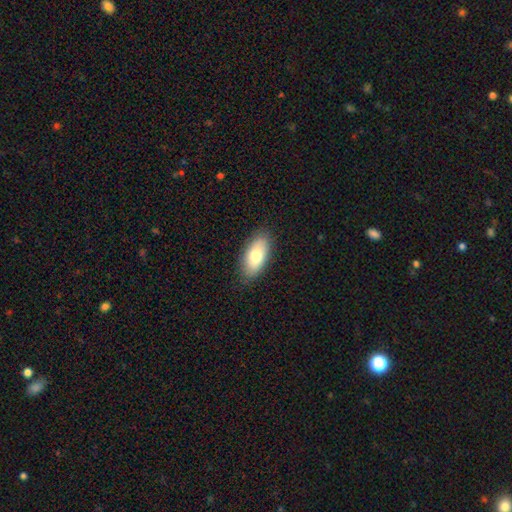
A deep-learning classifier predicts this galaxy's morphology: smooth_or_featured: smooth (p=0.77) [alt: featured or disk p=0.17]
how_rounded: in between (p=0.90) [alt: cigar-shaped p=0.07]
merging: none (p=0.86) [alt: minor disturbance p=0.10]